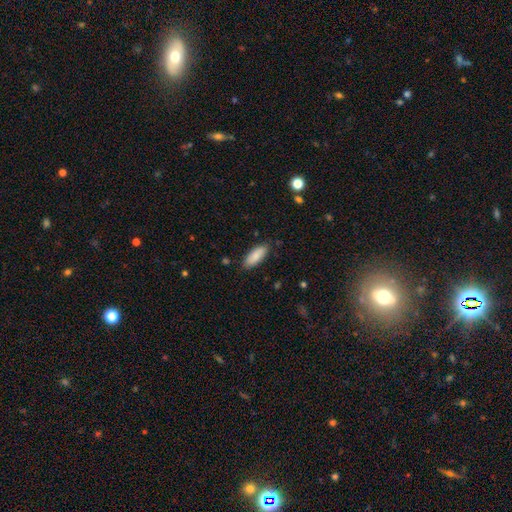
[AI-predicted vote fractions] A smooth galaxy with no disk features (87%) that is in between round and cigar-shaped (72%).

Vote fractions:
- Smooth or featured? smooth: 87% / featured or disk: 7% / star or artifact: 6%
- How rounded? in between: 72% / cigar-shaped: 27% / round: 2%
- Merging? none: 85% / minor disturbance: 12% / major disturbance: 2% / merger: 1%